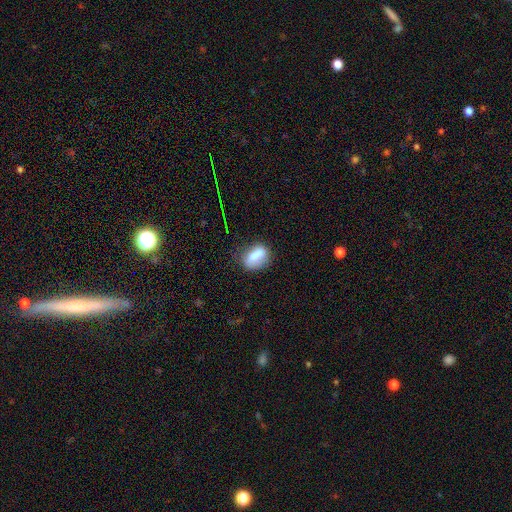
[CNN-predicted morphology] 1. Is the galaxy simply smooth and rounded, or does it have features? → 76% smooth, 15% featured or disk, 9% star or artifact.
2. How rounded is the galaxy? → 77% in between, 14% round, 8% cigar-shaped.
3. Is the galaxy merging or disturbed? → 64% none, 24% minor disturbance, 8% major disturbance, 4% merger.